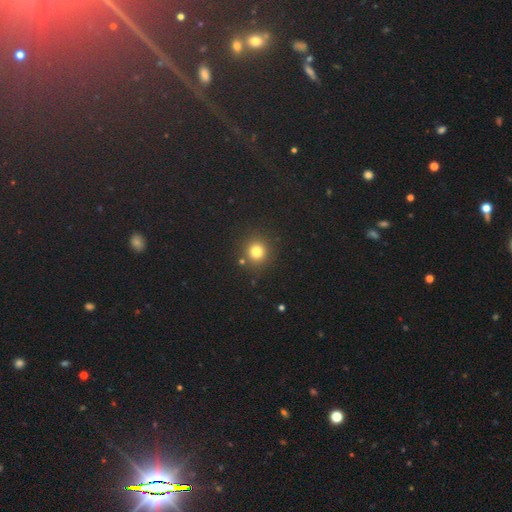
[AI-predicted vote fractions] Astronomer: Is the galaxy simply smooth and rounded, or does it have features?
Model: smooth — 73%.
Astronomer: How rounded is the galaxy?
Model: round — 93%.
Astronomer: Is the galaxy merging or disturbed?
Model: none — 87%.